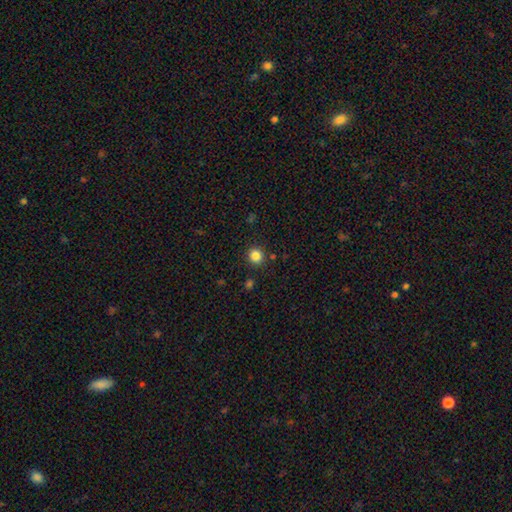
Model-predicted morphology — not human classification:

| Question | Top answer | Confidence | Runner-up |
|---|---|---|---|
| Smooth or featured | smooth | 84% | star or artifact (12%) |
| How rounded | round | 87% | in between (12%) |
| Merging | none | 88% | minor disturbance (7%) |